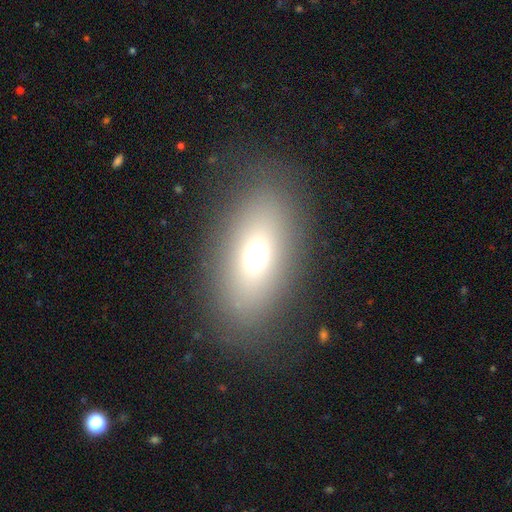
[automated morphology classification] Smooth or featured: smooth — 64% (featured or disk — 20%)
How rounded: in between — 81% (round — 13%)
Merging: none — 82% (minor disturbance — 10%)